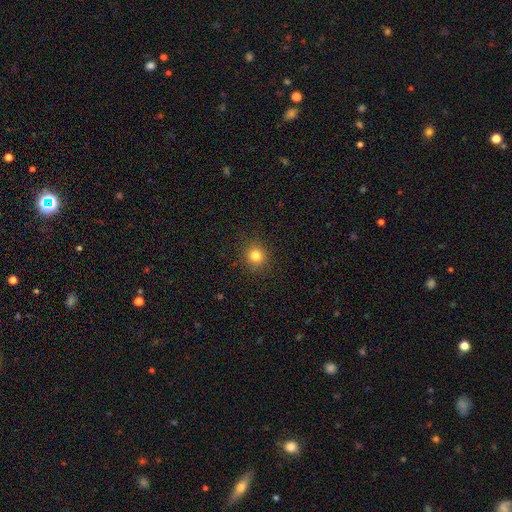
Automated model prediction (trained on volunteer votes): The model was most divided on "smooth or featured": smooth: 81%, star or artifact: 13%, featured or disk: 6%. More confident: how rounded — round (91%); merging — none (91%).